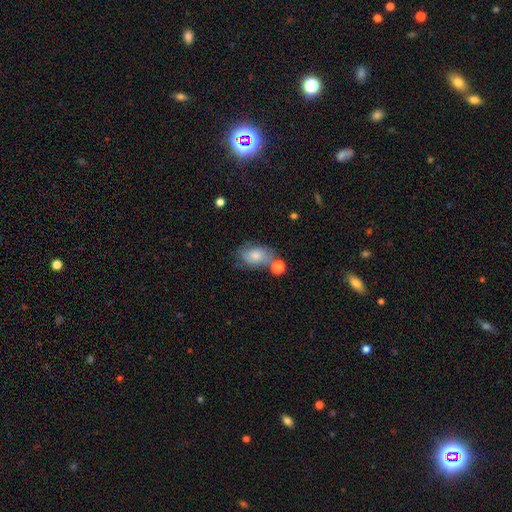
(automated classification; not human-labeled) smooth 64%, featured or disk 27%, star or artifact 9%. Down the decision tree: how rounded — in between (85%); merging — none (47%).